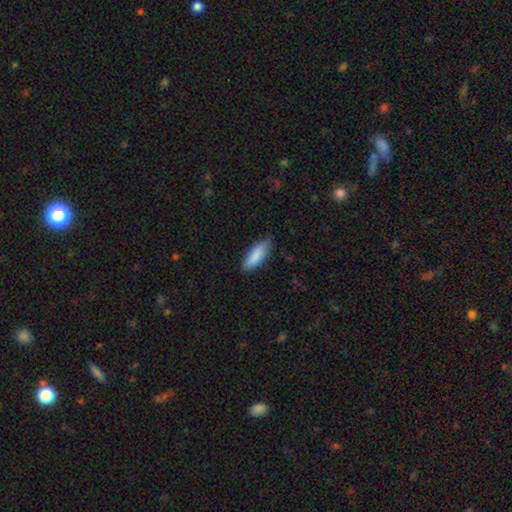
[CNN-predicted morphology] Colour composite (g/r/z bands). It shows a smooth galaxy with no disk features (87%) that is in between round and cigar-shaped (66%). Merging: none (75%).